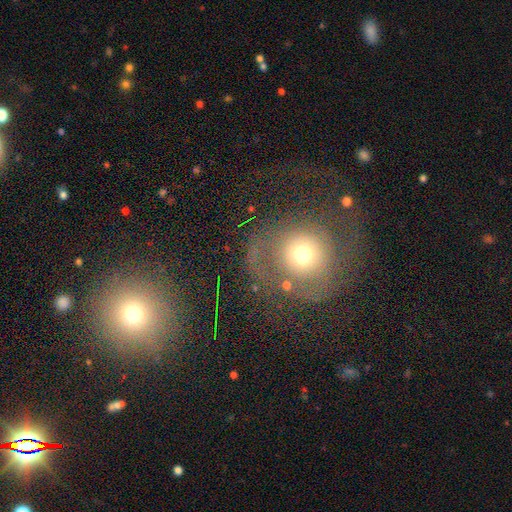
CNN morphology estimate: Smooth or featured? featured or disk (48%)
Merging? none (44%)